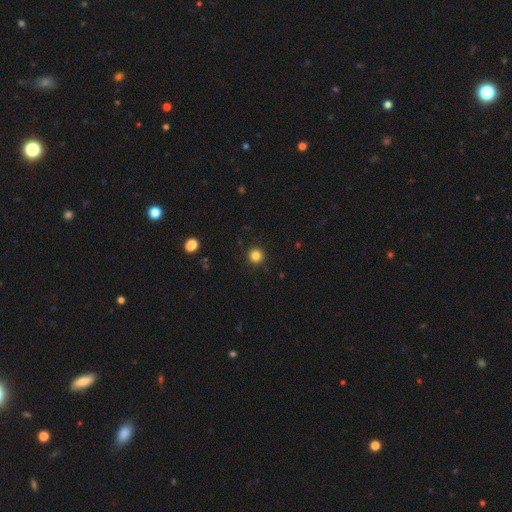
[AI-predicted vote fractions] This is clearly a smooth galaxy (84%). How rounded: clearly round (96%). Merging: clearly none (92%).